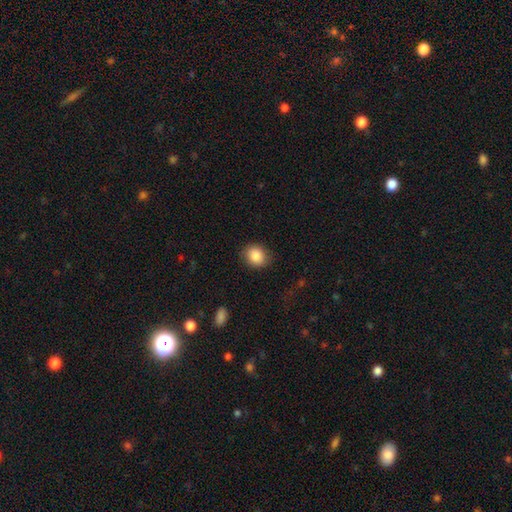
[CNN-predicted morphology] Smooth or featured? Predicted: smooth (p=0.87). How rounded? Predicted: round (p=0.65). Merging? Predicted: none (p=0.82).